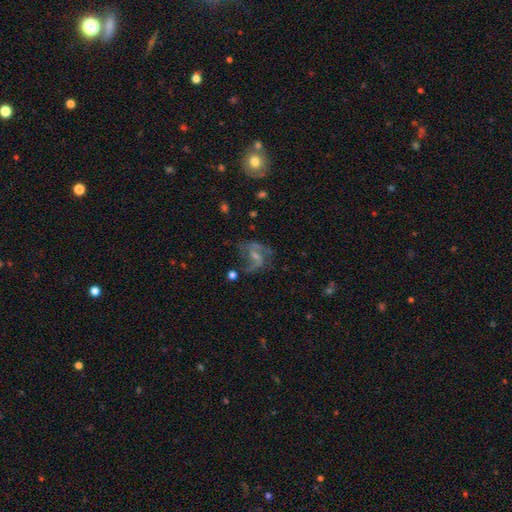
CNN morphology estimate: smooth-or-featured: featured or disk: 76% | smooth: 14% | star or artifact: 10%
  disk-edge-on: no: 97% | yes: 3%
    bar: weak: 52% | no: 28% | strong: 20%
    has-spiral-arms: yes: 89% | no: 11%
      spiral-winding: medium: 45% | loose: 44% | tight: 11%
      spiral-arm-count: 2: 76% | can't tell: 9% | 1: 7% | 3: 5% | 4: 2% | more than 4: 2%
    bulge-size: small: 46% | moderate: 25% | none: 25% | large: 3% | dominant: 1%
  merging: none: 50% | major disturbance: 25% | minor disturbance: 20% | merger: 4%